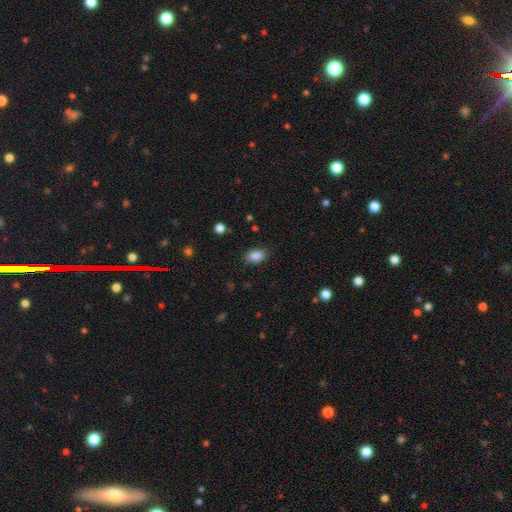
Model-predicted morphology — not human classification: smooth_or_featured: smooth (p=0.87) [alt: star or artifact p=0.09]
how_rounded: in between (p=0.85) [alt: round p=0.14]
merging: none (p=0.82) [alt: minor disturbance p=0.14]